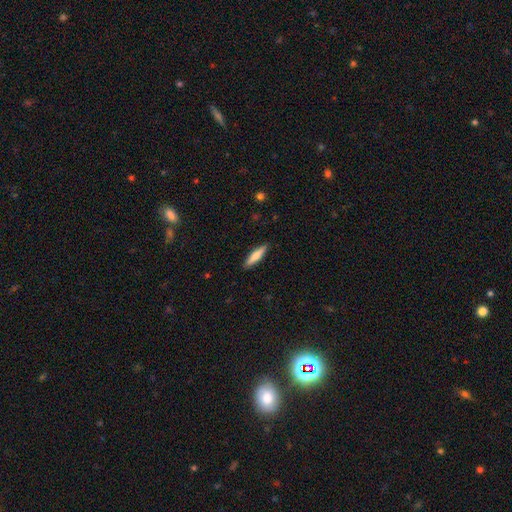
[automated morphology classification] smooth 69%, featured or disk 26%, star or artifact 6%. Down the decision tree: how rounded — cigar-shaped (81%); merging — none (89%).